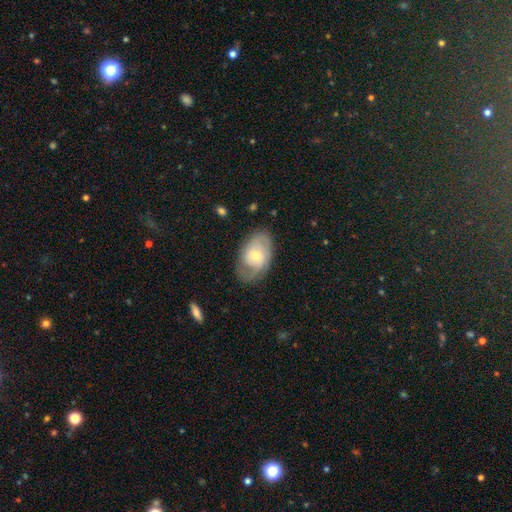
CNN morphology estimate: Smooth or featured? Predicted: featured or disk (p=0.62). Edge-on disk? Predicted: no (p=0.94). Bar? Predicted: no (p=0.73). Spiral arms? Predicted: yes (p=0.80). Bulge size? Predicted: moderate (p=0.54). Merging? Predicted: none (p=0.68).